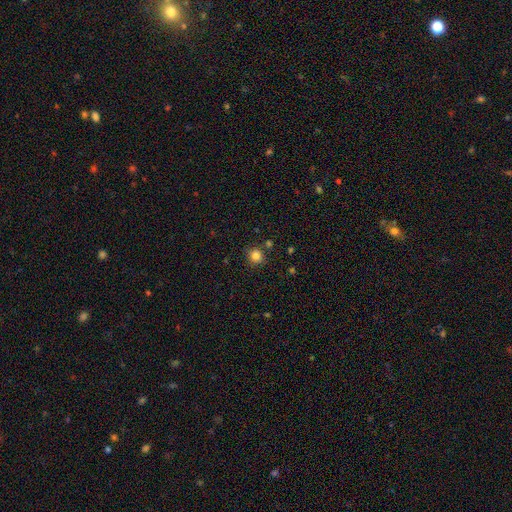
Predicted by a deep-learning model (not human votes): Smooth or featured?
  - smooth: 83% *
  - star or artifact: 12%
  - featured or disk: 4%
How rounded?
  - round: 89% *
  - in between: 10%
  - cigar-shaped: 1%
Merging?
  - none: 83% *
  - minor disturbance: 10%
  - merger: 4%
  - major disturbance: 3%